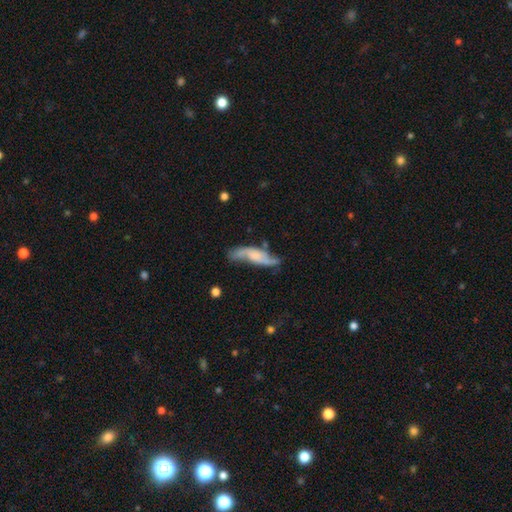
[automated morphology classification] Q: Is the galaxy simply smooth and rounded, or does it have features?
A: featured or disk — 54%.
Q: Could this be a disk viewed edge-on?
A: no — 75%.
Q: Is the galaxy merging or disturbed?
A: none — 48%.